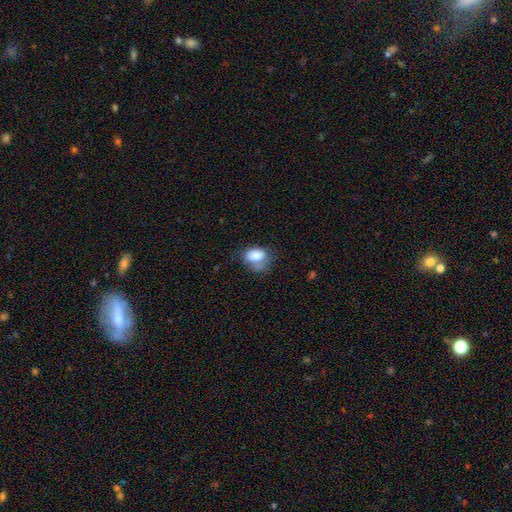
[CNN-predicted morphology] This is likely a smooth galaxy (77%). How rounded: likely in between (80%). Merging: marginally none (36%).